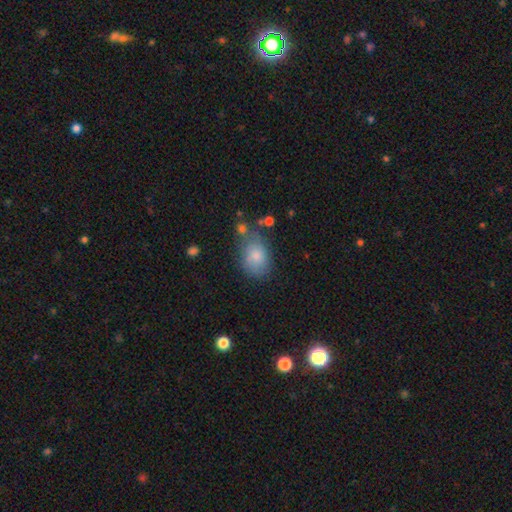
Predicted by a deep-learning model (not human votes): Smooth or featured? smooth (79%)
How rounded? in between (78%)
Merging? none (58%)